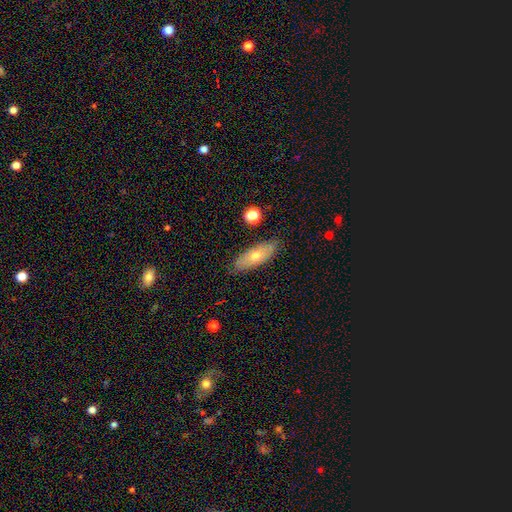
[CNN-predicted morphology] This appears to be a smooth galaxy with no disk features (55%) that is in between round and cigar-shaped (66%). Merging: none (83%).